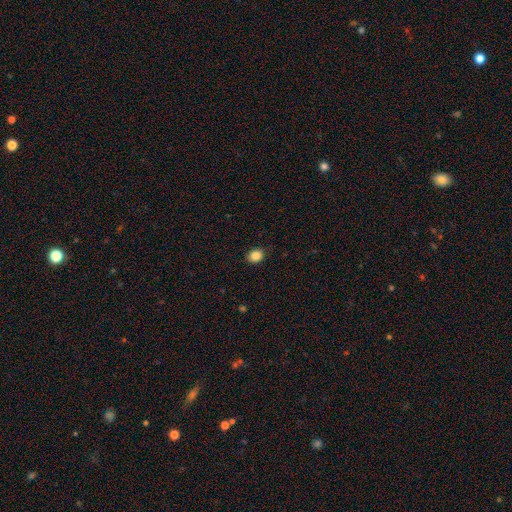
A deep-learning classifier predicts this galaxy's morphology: A smooth galaxy with no disk features (86%) that is round (56%).

Vote fractions:
- Smooth or featured? smooth: 86% / star or artifact: 10% / featured or disk: 4%
- How rounded? round: 56% / in between: 43% / cigar-shaped: 1%
- Merging? none: 87% / minor disturbance: 10% / major disturbance: 2% / merger: 1%